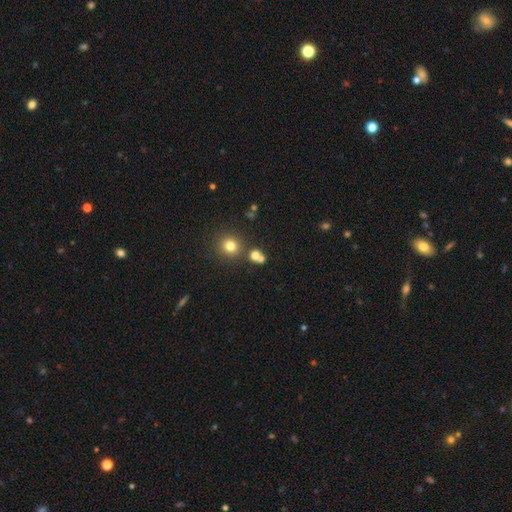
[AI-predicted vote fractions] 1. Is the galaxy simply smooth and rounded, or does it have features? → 71% smooth, 19% star or artifact, 10% featured or disk.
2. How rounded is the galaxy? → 82% round, 17% in between, 1% cigar-shaped.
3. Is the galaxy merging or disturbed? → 57% none, 32% merger, 8% minor disturbance, 4% major disturbance.